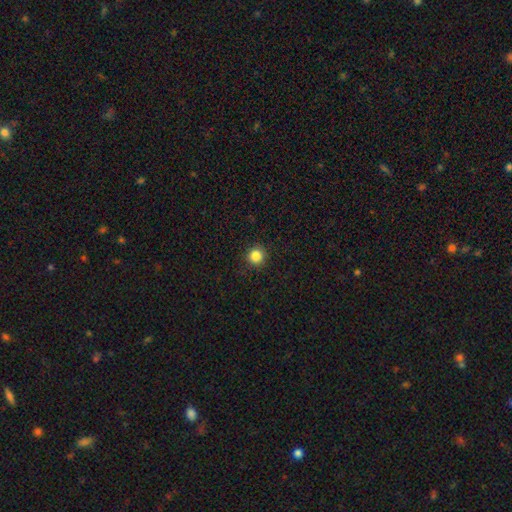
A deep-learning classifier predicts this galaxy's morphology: smooth 85%, star or artifact 11%, featured or disk 4%. Down the decision tree: how rounded — round (94%); merging — none (91%).